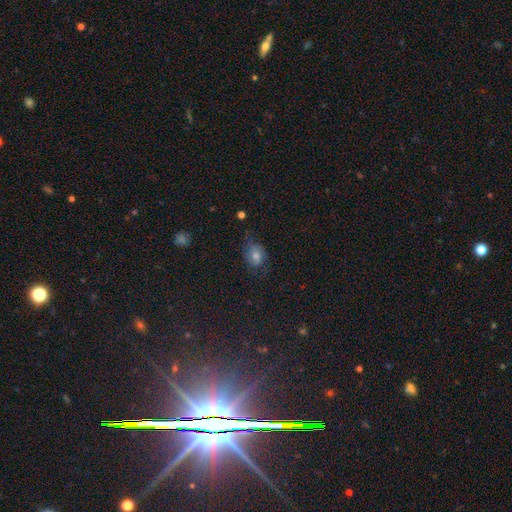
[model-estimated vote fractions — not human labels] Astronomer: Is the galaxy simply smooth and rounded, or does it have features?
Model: smooth — 50% (runner-up: featured or disk, 27%).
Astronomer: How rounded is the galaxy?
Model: in between — 59% (runner-up: round, 39%).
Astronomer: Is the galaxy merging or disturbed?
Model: none — 59%.